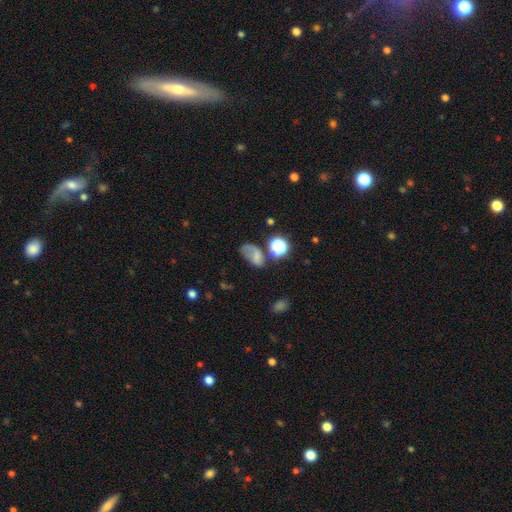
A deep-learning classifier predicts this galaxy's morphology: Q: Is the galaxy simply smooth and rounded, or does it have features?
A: smooth — 51%.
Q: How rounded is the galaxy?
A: in between — 76%.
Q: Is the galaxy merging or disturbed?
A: none — 36%.